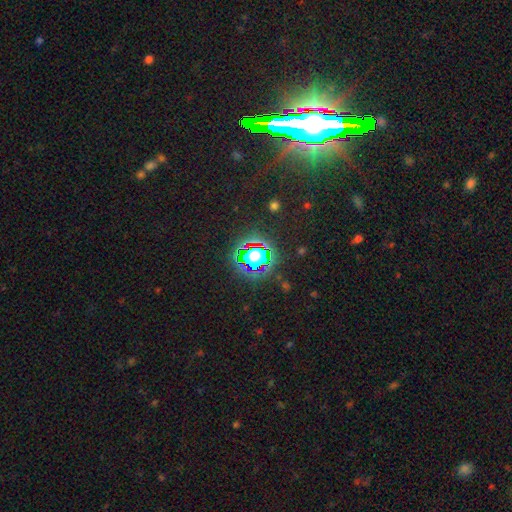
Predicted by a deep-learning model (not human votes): This appears to be a star or artifact, not a galaxy (80%).